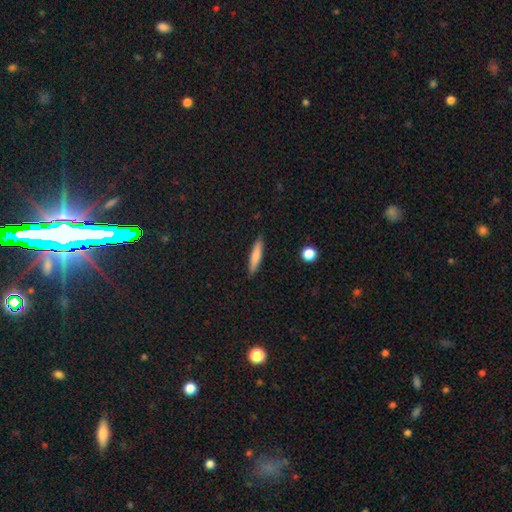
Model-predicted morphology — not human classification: Smooth or featured? Predicted: smooth (p=0.72). How rounded? Predicted: cigar-shaped (p=0.88). Merging? Predicted: none (p=0.89).